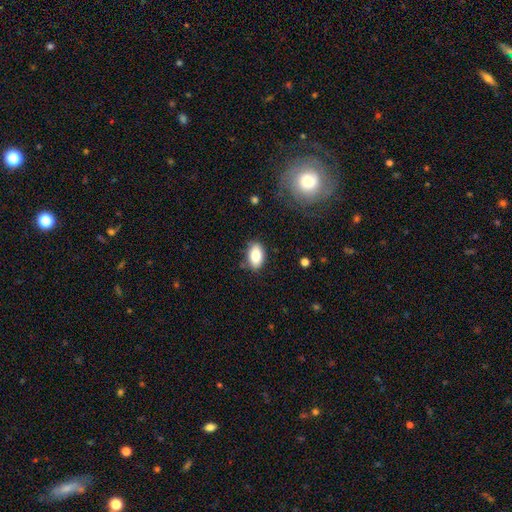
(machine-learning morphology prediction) smooth-or-featured: smooth: 84% | featured or disk: 8% | star or artifact: 8%
  how-rounded: in between: 92% | round: 6% | cigar-shaped: 2%
  merging: none: 83% | minor disturbance: 13% | major disturbance: 3% | merger: 2%